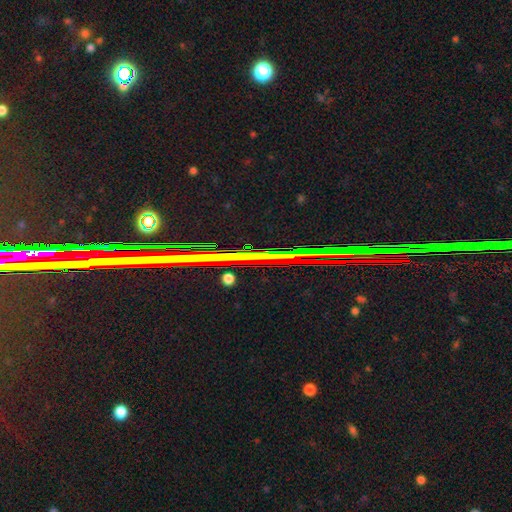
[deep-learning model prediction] A star or artifact, not a galaxy (83%).

Vote fractions:
- Smooth or featured? star or artifact: 83% / featured or disk: 10% / smooth: 7%